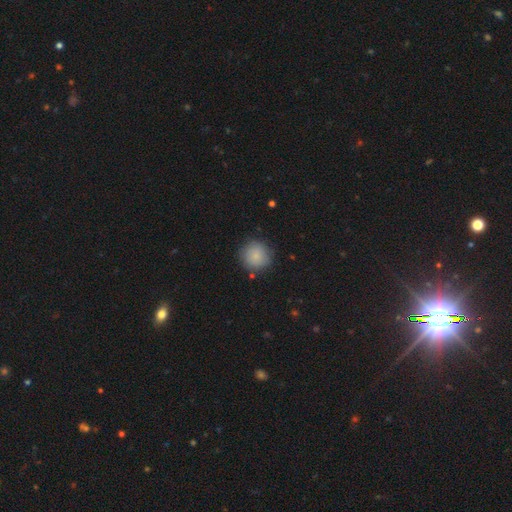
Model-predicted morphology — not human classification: Smooth or featured? Predicted: smooth (p=0.85). How rounded? Predicted: round (p=0.94). Merging? Predicted: none (p=0.85).